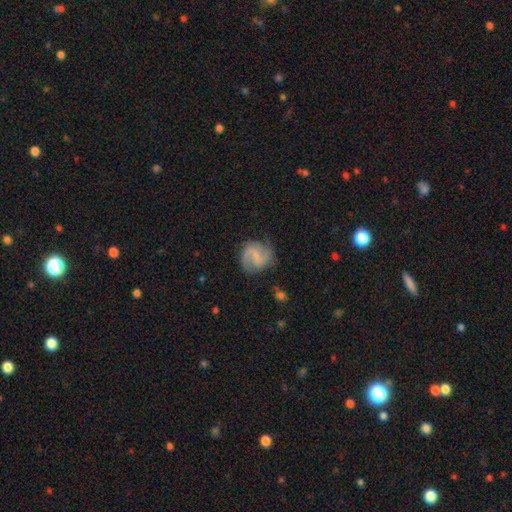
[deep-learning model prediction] smooth-or-featured: featured or disk: 71% | smooth: 22% | star or artifact: 6%
  disk-edge-on: no: 98% | yes: 2%
    bar: weak: 53% | no: 26% | strong: 21%
    has-spiral-arms: yes: 93% | no: 7%
      spiral-winding: medium: 47% | loose: 33% | tight: 20%
      spiral-arm-count: 2: 84% | 1: 6% | can't tell: 6% | 3: 2% | 4: 1% | more than 4: 1%
    bulge-size: none: 46% | small: 37% | moderate: 14% | large: 2% | dominant: 1%
  merging: none: 72% | minor disturbance: 18% | major disturbance: 8% | merger: 2%